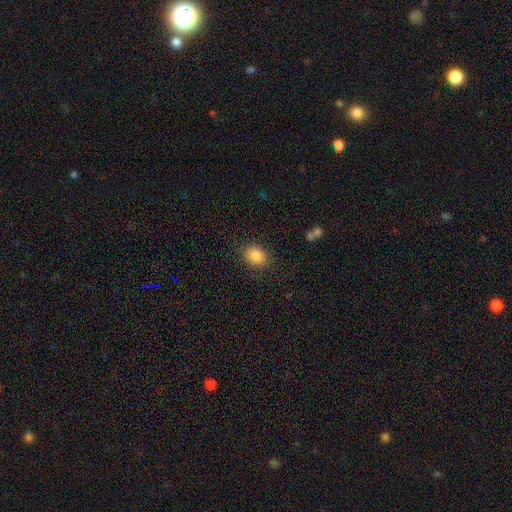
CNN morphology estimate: Smooth or featured? Predicted: smooth (p=0.87). How rounded? Predicted: in between (p=0.54). Merging? Predicted: none (p=0.84).